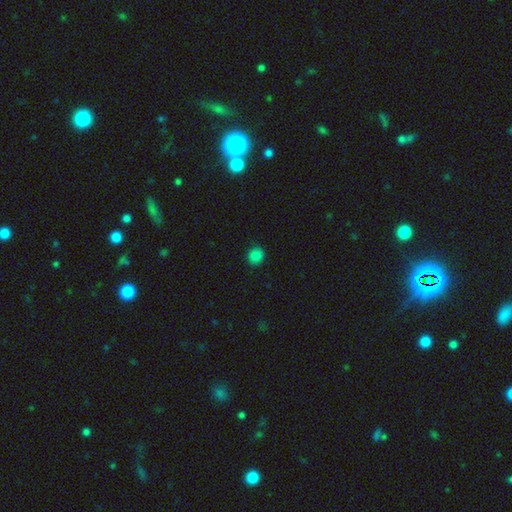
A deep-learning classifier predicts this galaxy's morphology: This appears to be a smooth galaxy with no disk features (85%) that is round (81%). Merging: none (88%).